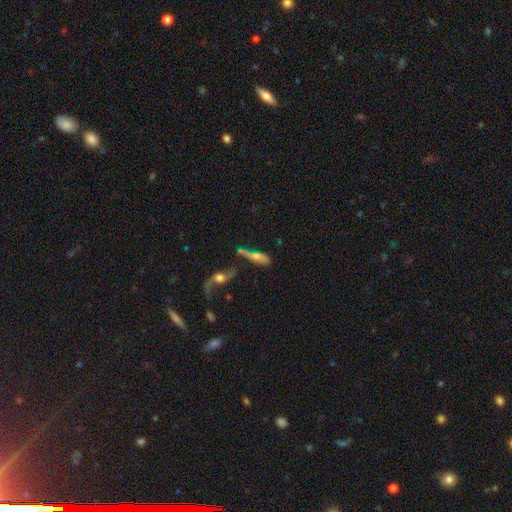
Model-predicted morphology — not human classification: A featured or disk galaxy (45%).

Vote fractions:
- Smooth or featured? featured or disk: 45% / smooth: 43% / star or artifact: 12%
- Merging? merger: 38% / none: 27% / major disturbance: 19% / minor disturbance: 16%